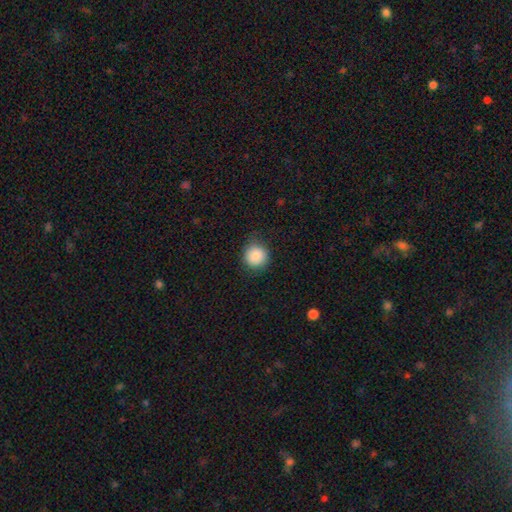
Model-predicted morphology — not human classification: This is clearly a smooth galaxy (88%). How rounded: clearly round (92%). Merging: clearly none (83%).